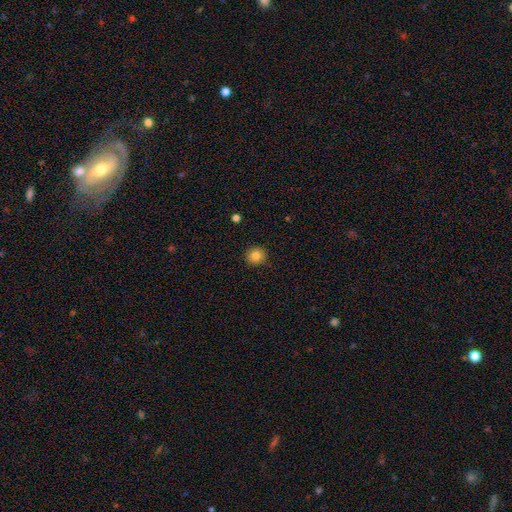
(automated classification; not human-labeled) Q: Smooth or featured?
A: smooth (84%); runner-up: star or artifact (10%)
Q: How rounded?
A: round (88%); runner-up: in between (11%)
Q: Merging?
A: none (90%); runner-up: minor disturbance (7%)